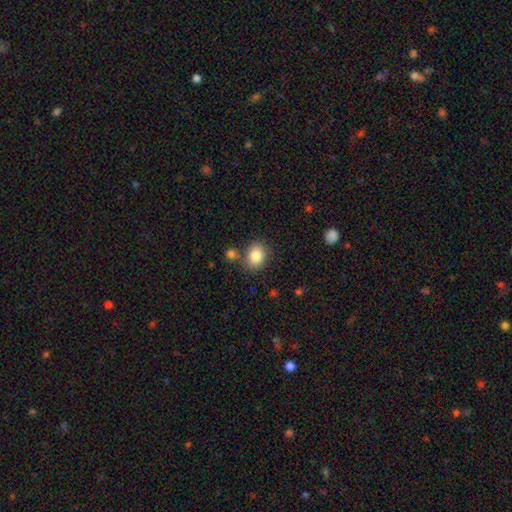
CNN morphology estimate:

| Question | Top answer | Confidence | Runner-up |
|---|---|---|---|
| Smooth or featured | smooth | 84% | star or artifact (9%) |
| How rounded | in between | 58% | round (41%) |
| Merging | none | 77% | minor disturbance (12%) |